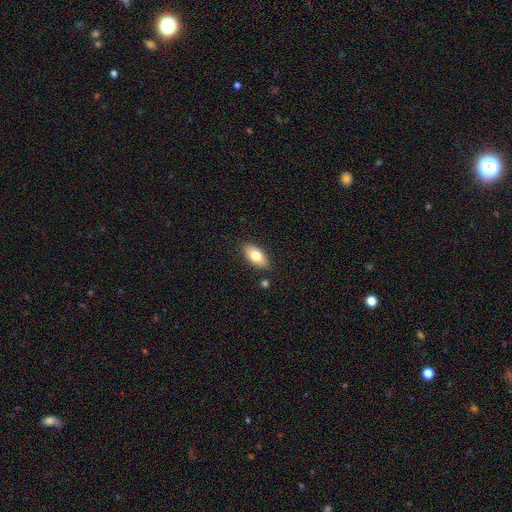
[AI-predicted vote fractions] The model was most divided on "smooth or featured": smooth: 78%, featured or disk: 15%, star or artifact: 7%. More confident: how rounded — in between (90%); merging — none (85%).